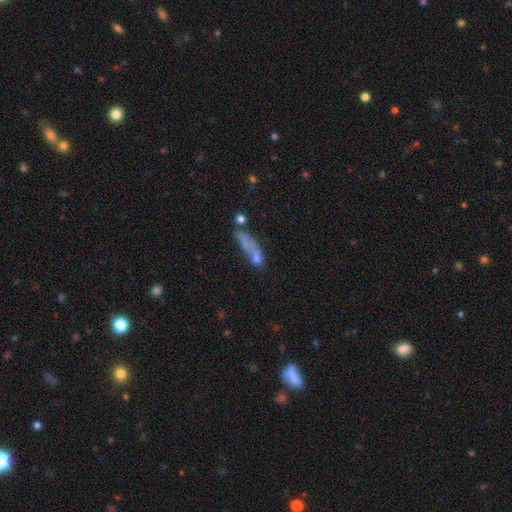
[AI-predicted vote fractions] This appears to be a smooth galaxy with no disk features (55%) that is cigar-shaped (56%). Merging: none (33%).